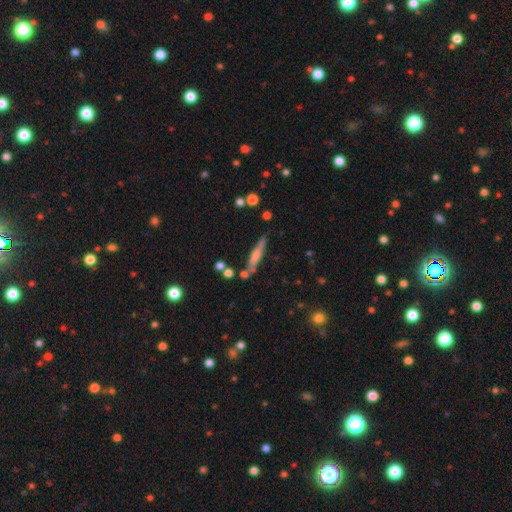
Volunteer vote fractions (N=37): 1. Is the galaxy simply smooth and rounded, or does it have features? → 49% featured or disk, 46% smooth, 5% star or artifact.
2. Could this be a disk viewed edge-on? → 94% yes, 6% no.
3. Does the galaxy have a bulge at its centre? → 59% rounded, 24% none, 18% boxy.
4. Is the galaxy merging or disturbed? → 60% none, 23% minor disturbance, 11% major disturbance, 6% merger.